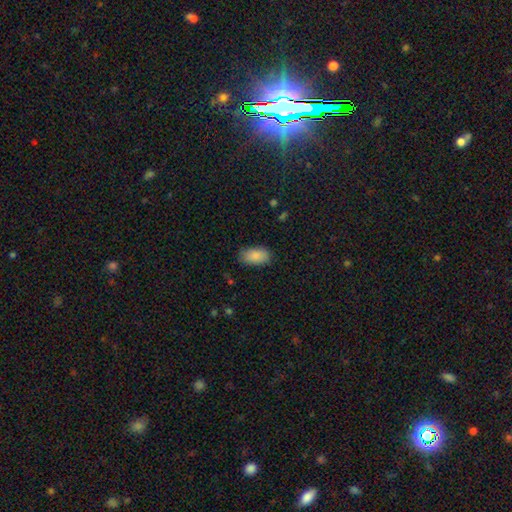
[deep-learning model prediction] The model was most divided on "merging": none: 81%, minor disturbance: 15%, major disturbance: 3%, merger: 1%. More confident: how rounded — in between (93%); smooth or featured — smooth (87%).